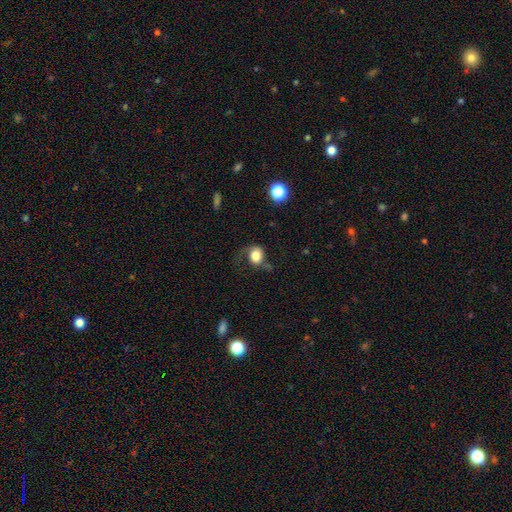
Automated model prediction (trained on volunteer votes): The model was most divided on "merging": none: 37%, major disturbance: 36%, minor disturbance: 23%, merger: 4%. More confident: smooth or featured — smooth (69%); how rounded — round (63%).